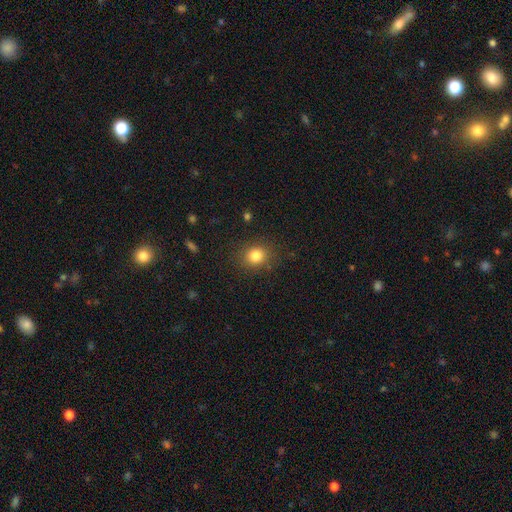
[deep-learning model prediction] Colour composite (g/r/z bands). It shows a smooth galaxy with no disk features (82%) that is round (69%). Merging: none (85%).